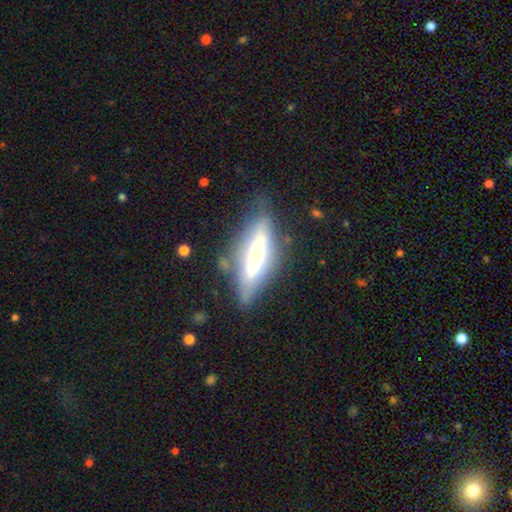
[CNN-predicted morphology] This appears to be a featured or disk galaxy (51%) viewed edge-on (76%). Merging: none (63%).